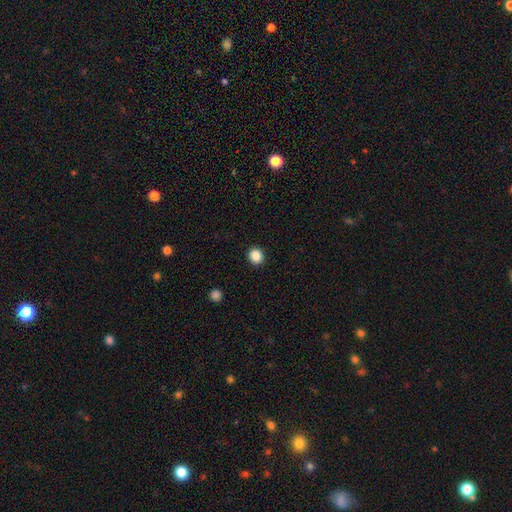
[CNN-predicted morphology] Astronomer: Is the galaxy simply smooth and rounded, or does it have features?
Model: smooth — 87%.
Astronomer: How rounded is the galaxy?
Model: round — 81%.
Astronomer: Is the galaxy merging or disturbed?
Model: none — 92%.